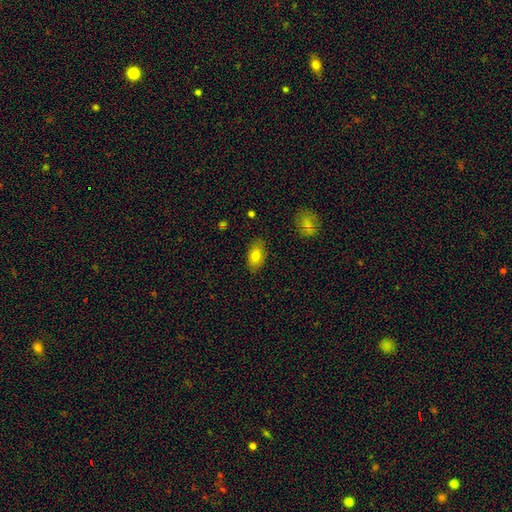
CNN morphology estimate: Overall: smooth (80%). How rounded: in between (91%). Merging: none (86%).